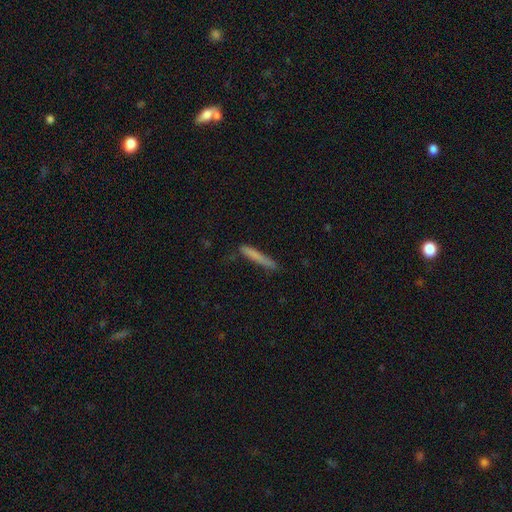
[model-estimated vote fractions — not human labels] The model was most divided on "merging": none: 77%, minor disturbance: 17%, major disturbance: 4%, merger: 2%. More confident: how rounded — cigar-shaped (95%); smooth or featured — smooth (77%).